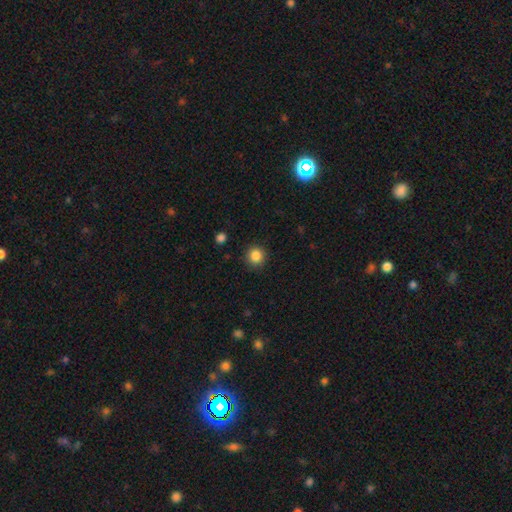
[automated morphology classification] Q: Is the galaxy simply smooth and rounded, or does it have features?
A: smooth — 86%.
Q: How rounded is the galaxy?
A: round — 92%.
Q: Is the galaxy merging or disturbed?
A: none — 88%.